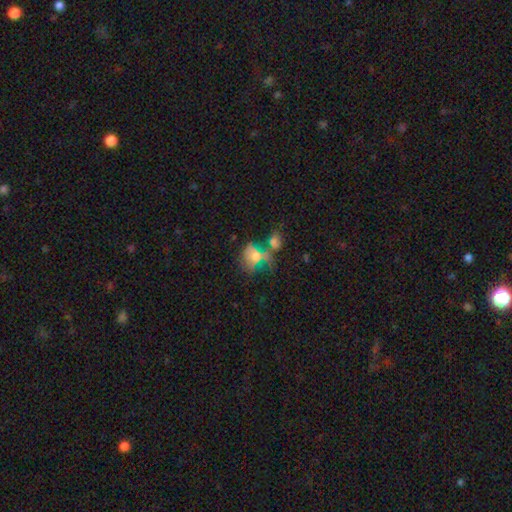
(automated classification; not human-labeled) Smooth or featured? smooth (58%)
How rounded? in between (60%)
Merging? merger (38%)